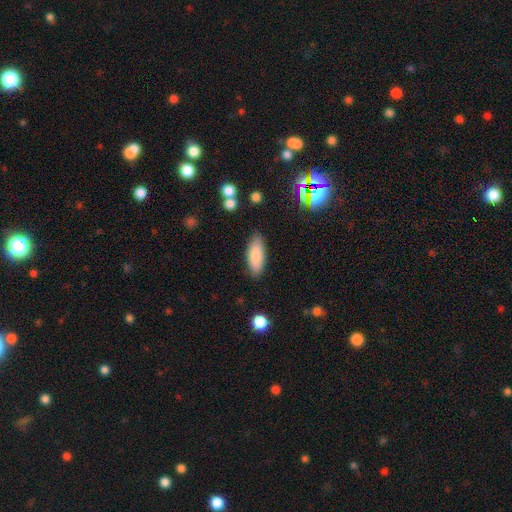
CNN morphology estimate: A smooth galaxy with no disk features (86%) that is in between round and cigar-shaped (73%).

Vote fractions:
- Smooth or featured? smooth: 86% / featured or disk: 8% / star or artifact: 7%
- How rounded? in between: 73% / cigar-shaped: 25% / round: 2%
- Merging? none: 85% / minor disturbance: 11% / major disturbance: 2% / merger: 2%